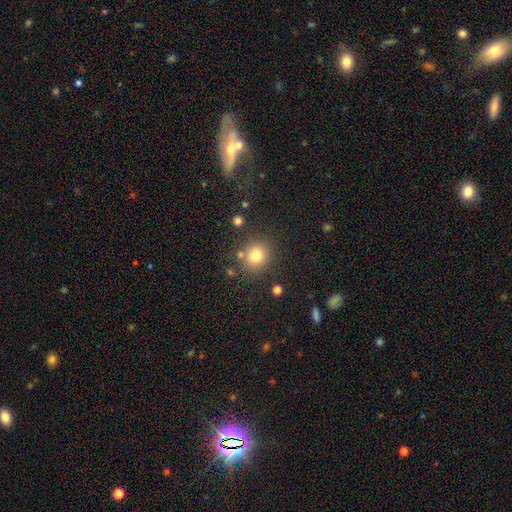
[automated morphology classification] The model was most divided on "smooth or featured": smooth: 79%, star or artifact: 13%, featured or disk: 8%. More confident: how rounded — round (84%); merging — none (80%).